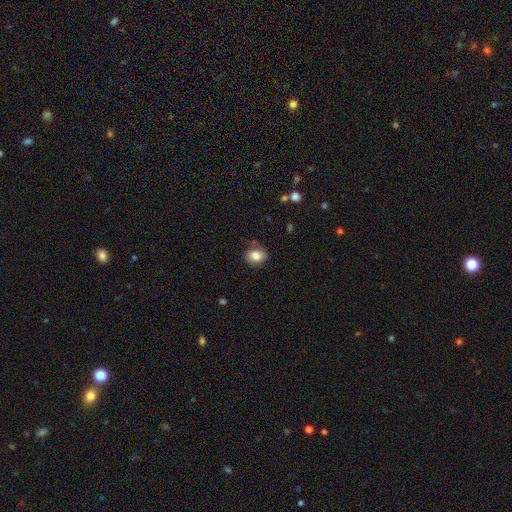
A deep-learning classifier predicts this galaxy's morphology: This appears to be a smooth galaxy with no disk features (82%) that is round (52%). Merging: none (68%).